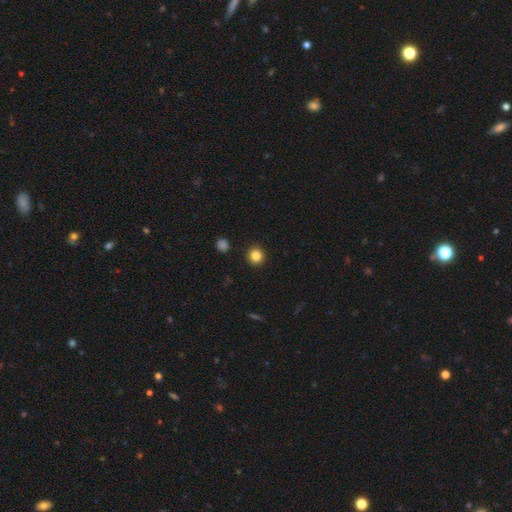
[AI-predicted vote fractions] A smooth galaxy with no disk features (85%) that is round (91%).

Vote fractions:
- Smooth or featured? smooth: 85% / star or artifact: 11% / featured or disk: 4%
- How rounded? round: 91% / in between: 8% / cigar-shaped: 1%
- Merging? none: 92% / minor disturbance: 5% / major disturbance: 2% / merger: 1%